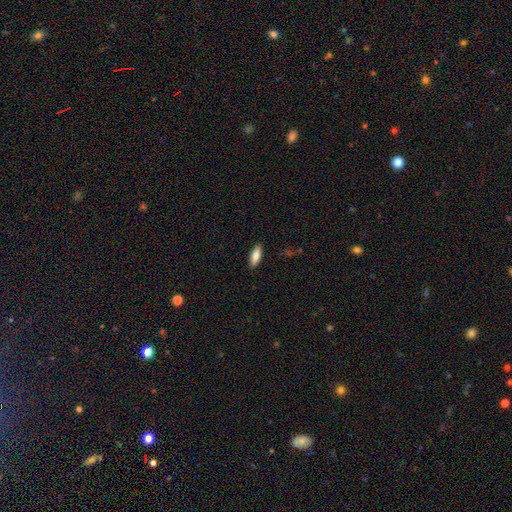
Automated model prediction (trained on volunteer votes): Smooth or featured: smooth — 78% (featured or disk — 16%)
How rounded: in between — 63% (cigar-shaped — 35%)
Merging: none — 88% (minor disturbance — 9%)